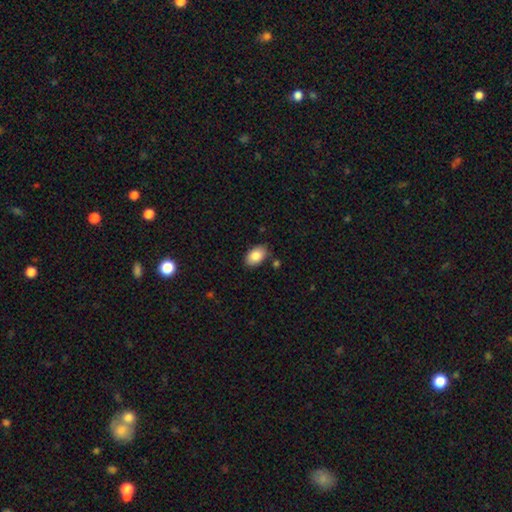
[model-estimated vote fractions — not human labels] smooth 85%, featured or disk 7%, star or artifact 7%. Down the decision tree: how rounded — in between (89%); merging — none (82%).